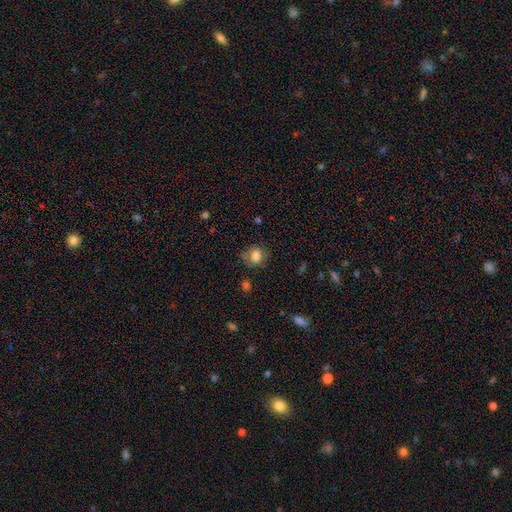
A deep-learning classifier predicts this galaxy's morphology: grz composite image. It shows a smooth galaxy with no disk features (72%) that is in between round and cigar-shaped (54%). Merging: none (60%).